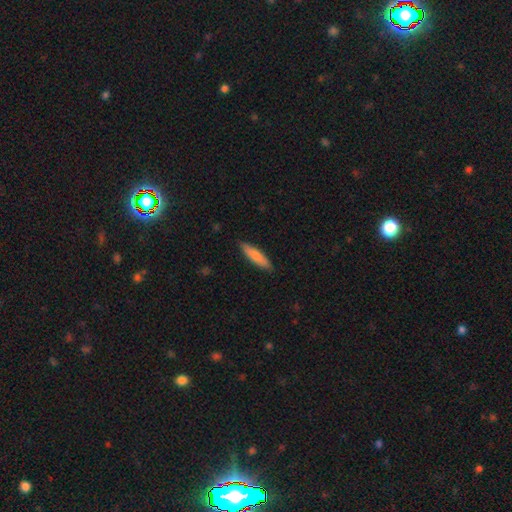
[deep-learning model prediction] This is clearly a smooth galaxy (81%). How rounded: likely cigar-shaped (74%). Merging: clearly none (88%).